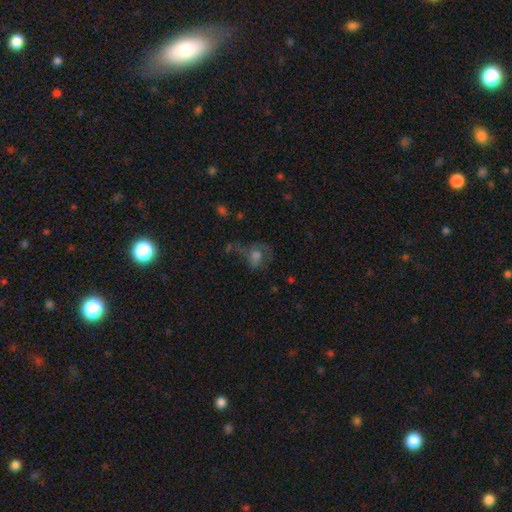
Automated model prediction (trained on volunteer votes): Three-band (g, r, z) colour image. It shows a smooth galaxy with no disk features (50%) that is round (55%). Merging: major disturbance (40%).